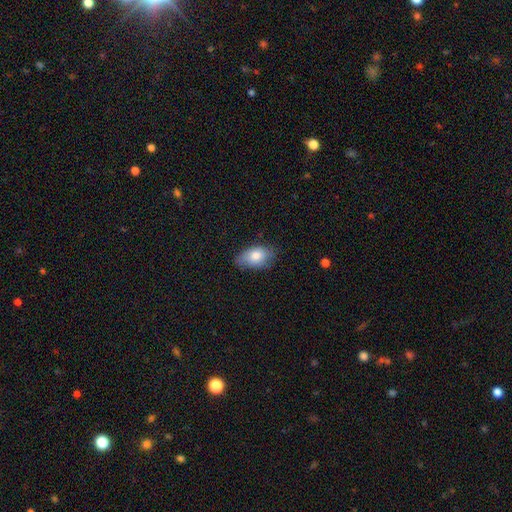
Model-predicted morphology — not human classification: Smooth or featured?
  - smooth: 78% *
  - featured or disk: 16%
  - star or artifact: 7%
How rounded?
  - in between: 91% *
  - round: 7%
  - cigar-shaped: 2%
Merging?
  - none: 68% *
  - minor disturbance: 26%
  - major disturbance: 5%
  - merger: 1%